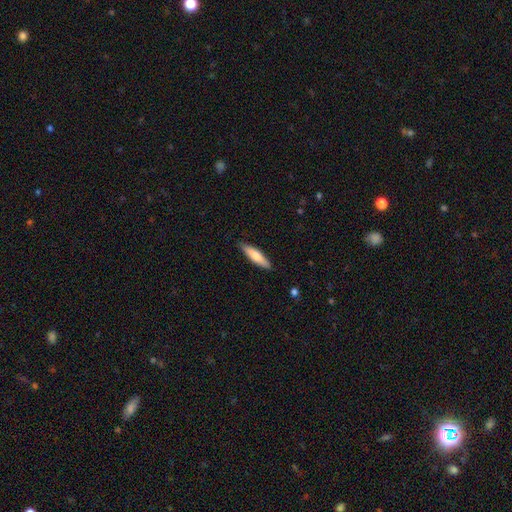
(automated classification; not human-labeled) smooth_or_featured: smooth (p=0.70) [alt: featured or disk p=0.24]
how_rounded: cigar-shaped (p=0.76) [alt: in between p=0.23]
merging: none (p=0.87) [alt: minor disturbance p=0.10]